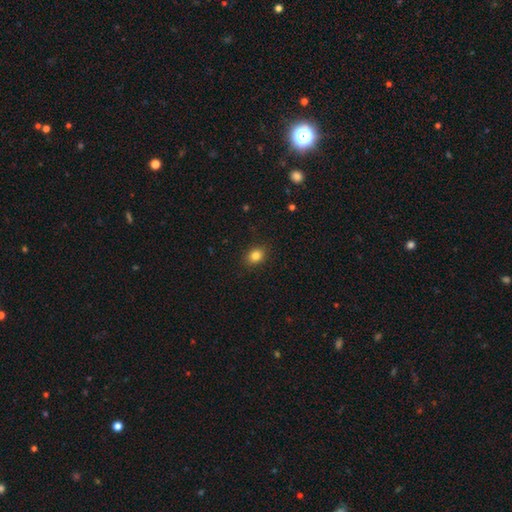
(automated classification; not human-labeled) A smooth galaxy with no disk features (84%) that is in between round and cigar-shaped (56%). Merging: none (89%).